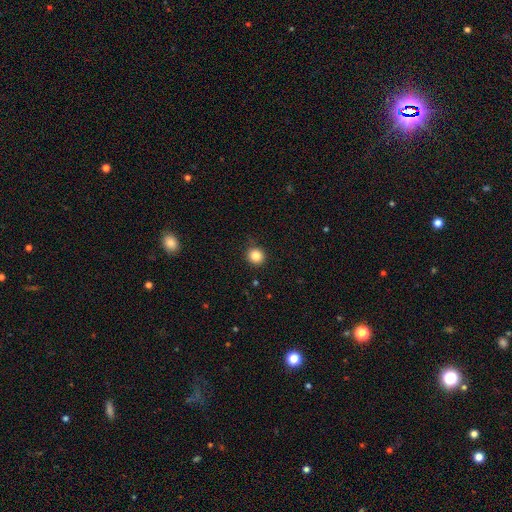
This is clearly a smooth galaxy (92%). How rounded: clearly round (97%). Merging: clearly none (90%).